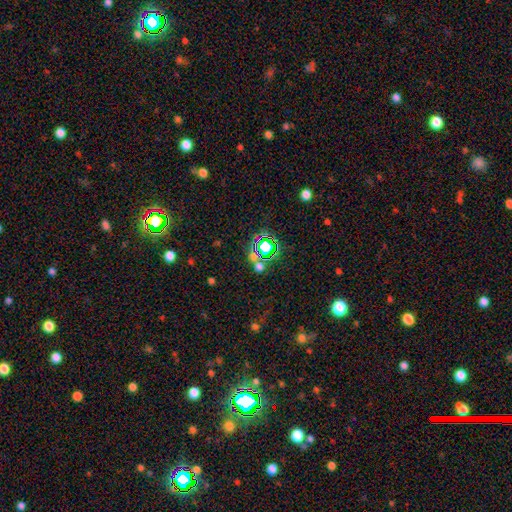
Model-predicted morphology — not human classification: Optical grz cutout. It shows a star or artifact, not a galaxy (71%).